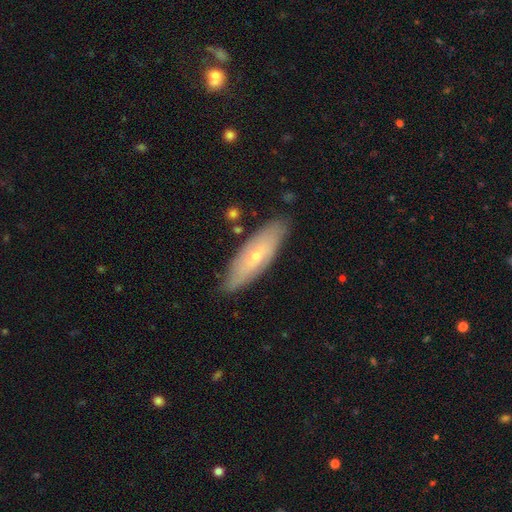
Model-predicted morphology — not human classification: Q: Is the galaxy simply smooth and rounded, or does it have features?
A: featured or disk — 51%.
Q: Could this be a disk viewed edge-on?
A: no — 65%.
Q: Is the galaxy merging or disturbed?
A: none — 83%.